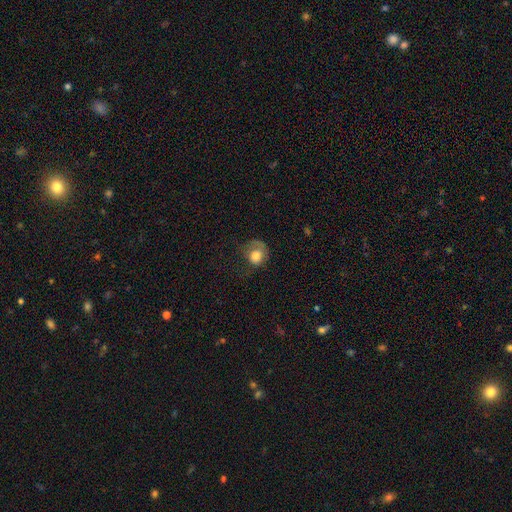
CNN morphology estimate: A smooth galaxy with no disk features (71%) that is round (71%).

Vote fractions:
- Smooth or featured? smooth: 71% / featured or disk: 20% / star or artifact: 9%
- How rounded? round: 71% / in between: 28% / cigar-shaped: 1%
- Merging? major disturbance: 39% / none: 35% / minor disturbance: 24% / merger: 2%